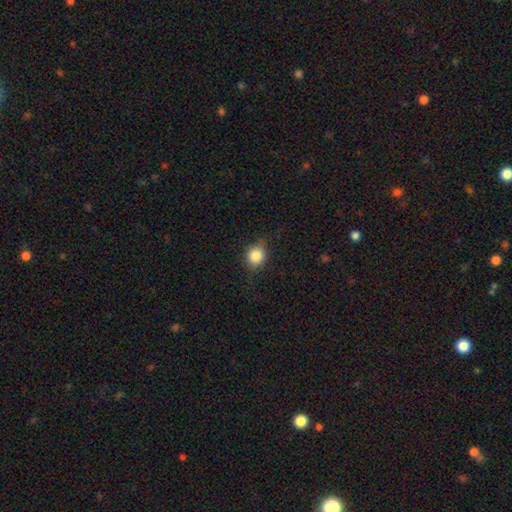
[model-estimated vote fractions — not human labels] Smooth or featured? smooth (83%)
How rounded? round (81%)
Merging? none (80%)